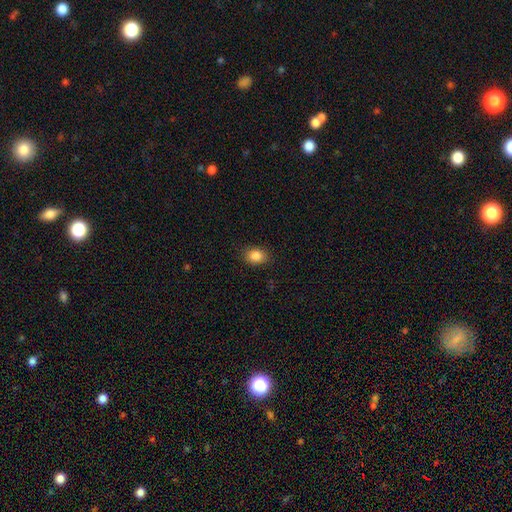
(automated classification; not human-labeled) Smooth or featured: smooth — 86% (star or artifact — 9%)
How rounded: in between — 68% (round — 31%)
Merging: none — 87% (minor disturbance — 9%)